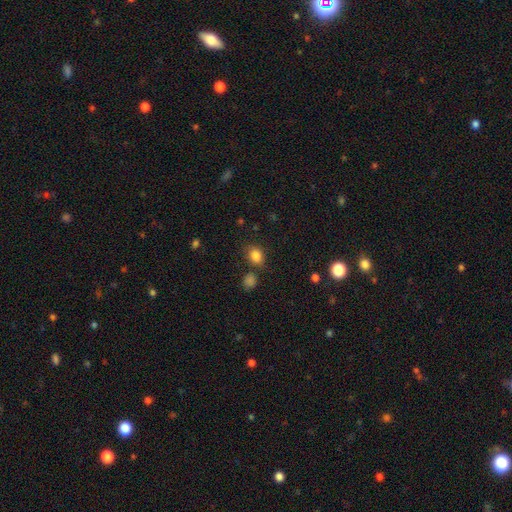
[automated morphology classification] The model was most divided on "how rounded": in between: 51%, round: 48%, cigar-shaped: 1%. More confident: smooth or featured — smooth (83%); merging — none (70%).